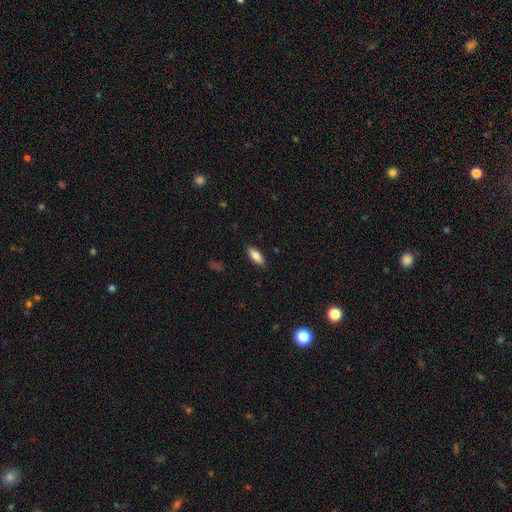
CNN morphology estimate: Overall: smooth (85%). How rounded: in between (78%). Merging: none (88%).